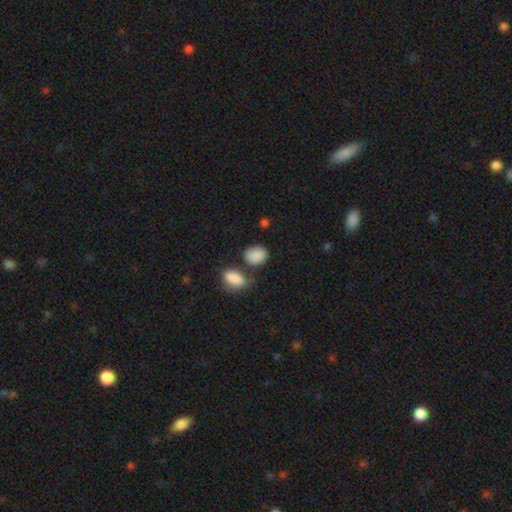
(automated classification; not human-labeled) A smooth galaxy with no disk features (88%) that is in between round and cigar-shaped (63%).

Vote fractions:
- Smooth or featured? smooth: 88% / star or artifact: 8% / featured or disk: 5%
- How rounded? in between: 63% / round: 35% / cigar-shaped: 1%
- Merging? none: 59% / merger: 18% / minor disturbance: 17% / major disturbance: 6%